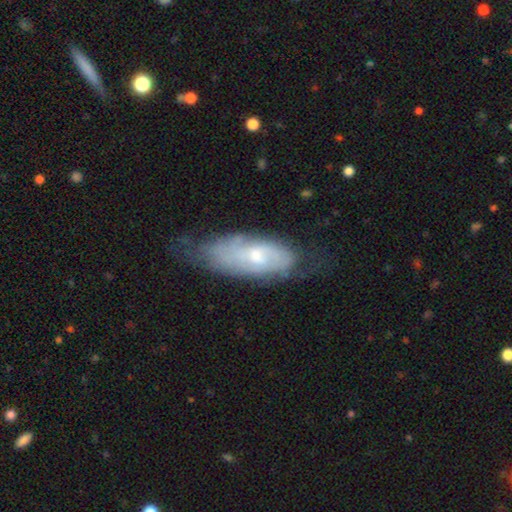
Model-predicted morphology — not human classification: A featured or disk galaxy (58%).

Vote fractions:
- Smooth or featured? featured or disk: 58% / smooth: 34% / star or artifact: 7%
- Edge-on disk? no: 85% / yes: 15%
- Merging? none: 53% / minor disturbance: 31% / major disturbance: 13% / merger: 2%